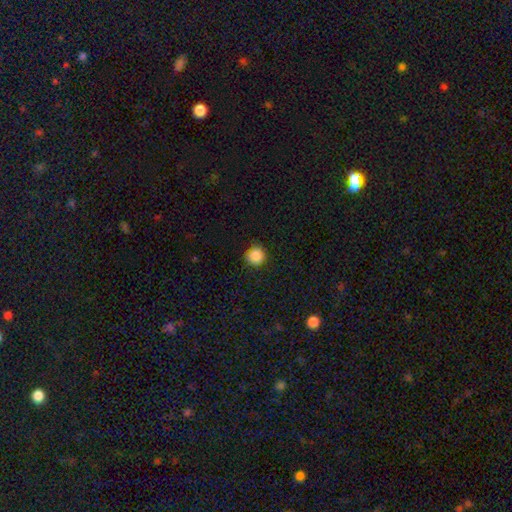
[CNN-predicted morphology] Q: Smooth or featured?
A: smooth (87%); runner-up: star or artifact (10%)
Q: How rounded?
A: round (94%); runner-up: in between (5%)
Q: Merging?
A: none (85%); runner-up: minor disturbance (12%)